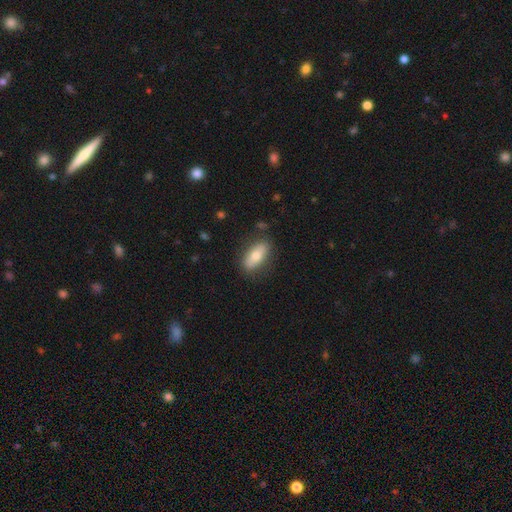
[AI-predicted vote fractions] Morphology: type=smooth (69%); roundness=in between (78%); merging=none (82%).